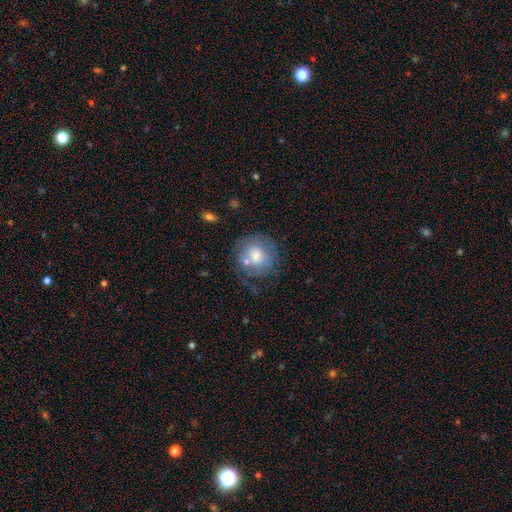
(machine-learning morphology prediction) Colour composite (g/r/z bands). It shows a smooth galaxy with no disk features (61%) that is round (87%). Merging: none (55%).